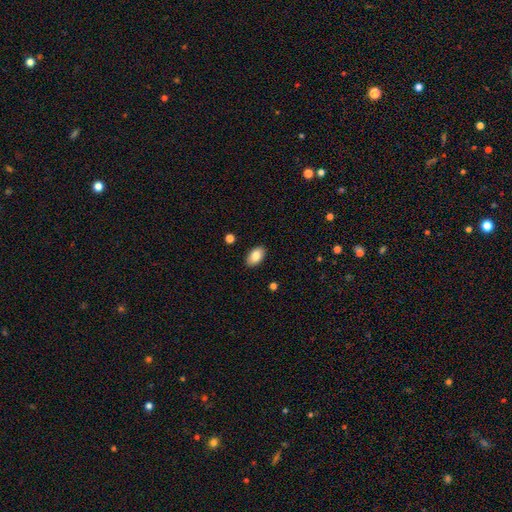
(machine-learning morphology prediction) smooth-or-featured: smooth: 85% | featured or disk: 8% | star or artifact: 7%
  how-rounded: in between: 93% | round: 5% | cigar-shaped: 2%
  merging: none: 89% | minor disturbance: 8% | major disturbance: 2% | merger: 1%